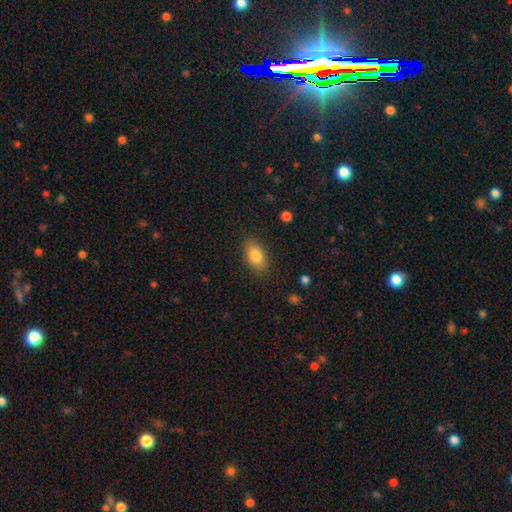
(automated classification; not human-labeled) Smooth or featured?
  - smooth: 82% *
  - featured or disk: 10%
  - star or artifact: 8%
How rounded?
  - in between: 89% *
  - round: 9%
  - cigar-shaped: 2%
Merging?
  - none: 86% *
  - minor disturbance: 11%
  - major disturbance: 3%
  - merger: 1%